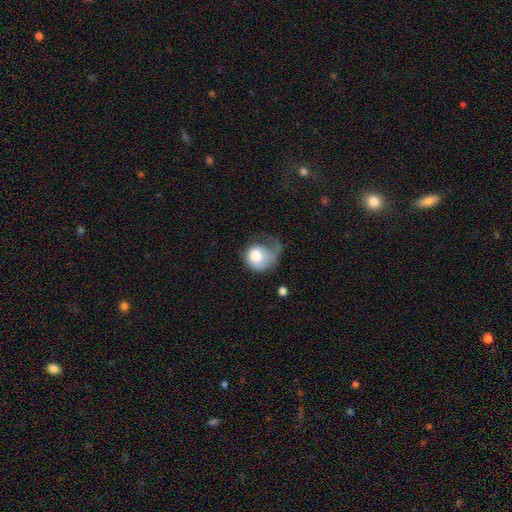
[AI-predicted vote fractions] Smooth or featured?
  - smooth: 68% *
  - featured or disk: 25%
  - star or artifact: 7%
How rounded?
  - round: 75% *
  - in between: 24%
  - cigar-shaped: 1%
Merging?
  - major disturbance: 53% *
  - minor disturbance: 23%
  - none: 21%
  - merger: 4%